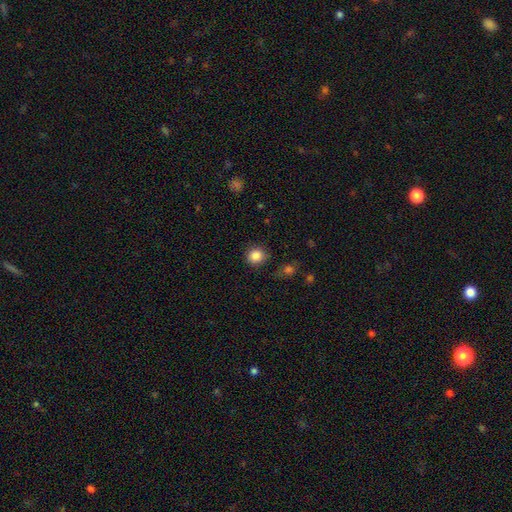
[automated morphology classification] Smooth or featured?
  - smooth: 86% *
  - star or artifact: 10%
  - featured or disk: 4%
How rounded?
  - round: 86% *
  - in between: 13%
  - cigar-shaped: 1%
Merging?
  - none: 83% *
  - minor disturbance: 11%
  - major disturbance: 3%
  - merger: 2%